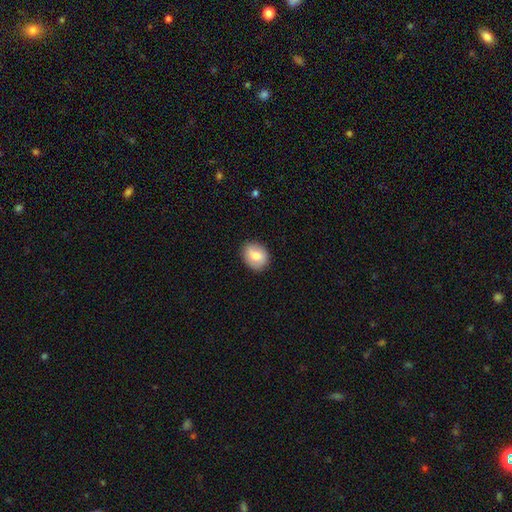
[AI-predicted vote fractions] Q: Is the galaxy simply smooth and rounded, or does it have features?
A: smooth — 78%.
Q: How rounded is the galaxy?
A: round — 54%.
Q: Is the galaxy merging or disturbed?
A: none — 86%.